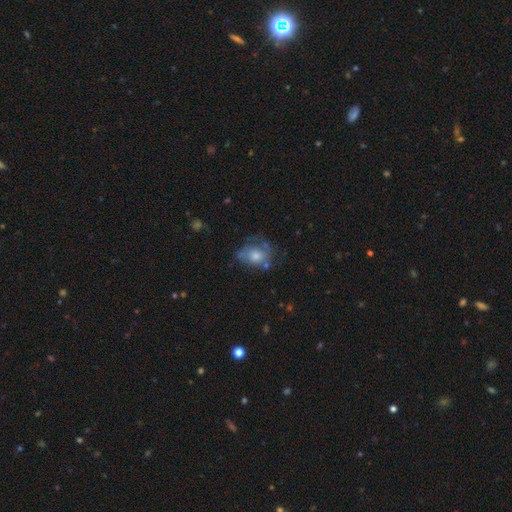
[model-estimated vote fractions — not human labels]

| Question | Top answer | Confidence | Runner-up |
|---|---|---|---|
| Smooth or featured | smooth | 60% | featured or disk (30%) |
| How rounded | in between | 54% | round (45%) |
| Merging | none | 43% | minor disturbance (29%) |